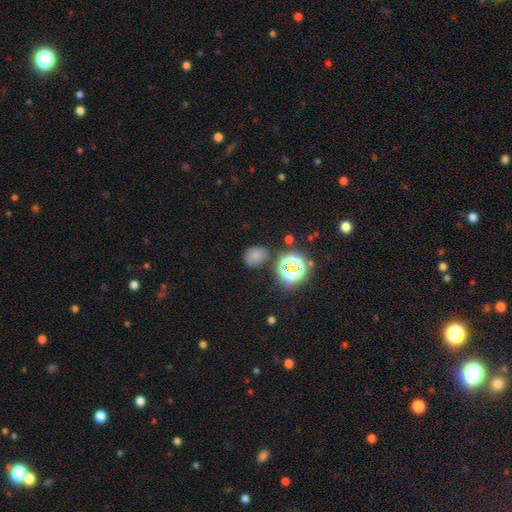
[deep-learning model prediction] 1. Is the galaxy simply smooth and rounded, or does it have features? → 65% smooth, 25% star or artifact, 10% featured or disk.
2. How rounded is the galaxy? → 54% in between, 45% round, 1% cigar-shaped.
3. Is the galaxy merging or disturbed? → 68% none, 19% minor disturbance, 6% major disturbance, 6% merger.